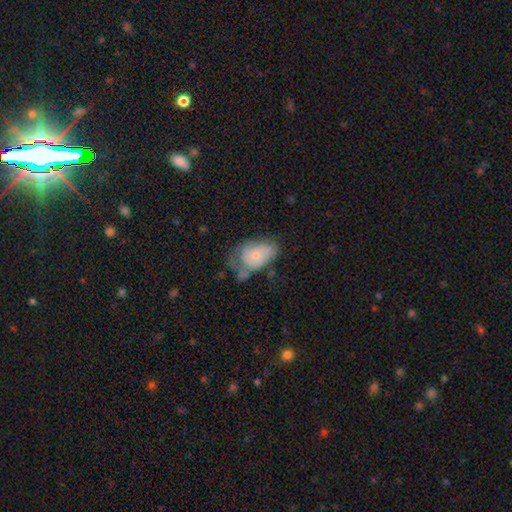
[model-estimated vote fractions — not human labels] The model was most divided on "merging": minor disturbance: 33%, major disturbance: 29%, none: 28%, merger: 9%. More confident: how rounded — in between (86%); smooth or featured — smooth (52%).